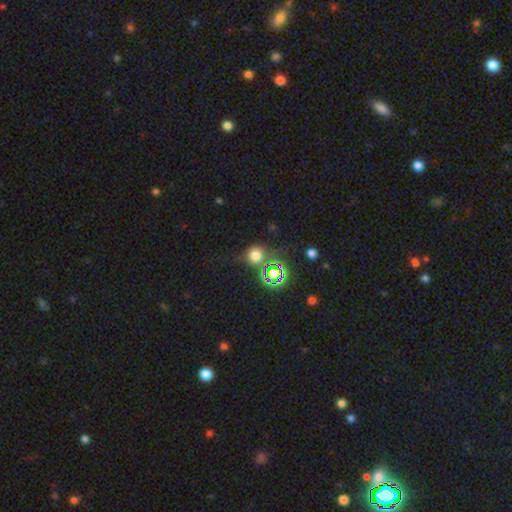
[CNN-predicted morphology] smooth 62%, star or artifact 31%, featured or disk 7%. Down the decision tree: how rounded — round (85%); merging — none (70%).